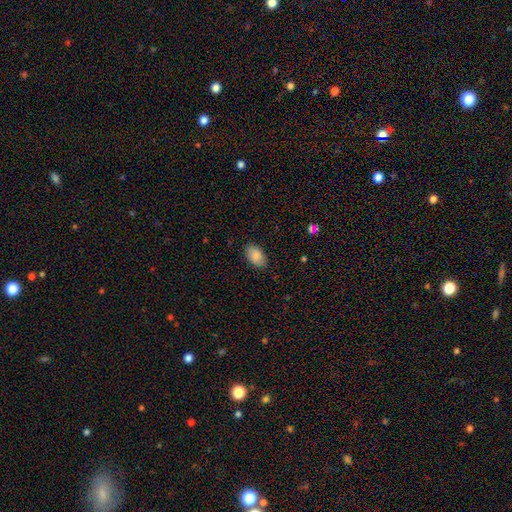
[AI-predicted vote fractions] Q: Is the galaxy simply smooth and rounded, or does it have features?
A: smooth — 88%.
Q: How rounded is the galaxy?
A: in between — 93%.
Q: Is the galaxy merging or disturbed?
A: none — 87%.